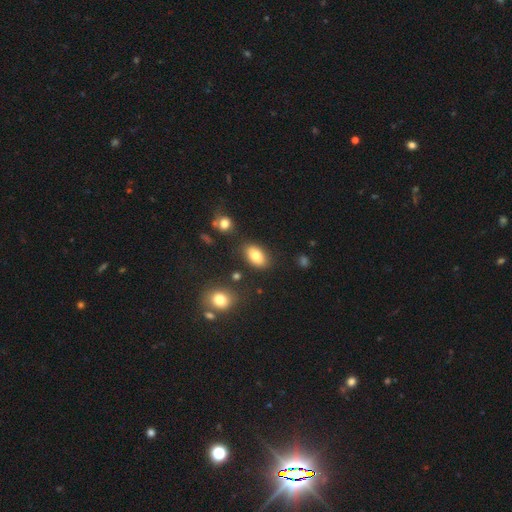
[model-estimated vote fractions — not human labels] A smooth galaxy with no disk features (80%) that is in between round and cigar-shaped (91%).

Vote fractions:
- Smooth or featured? smooth: 80% / featured or disk: 11% / star or artifact: 8%
- How rounded? in between: 91% / round: 8% / cigar-shaped: 2%
- Merging? none: 81% / minor disturbance: 12% / merger: 4% / major disturbance: 3%